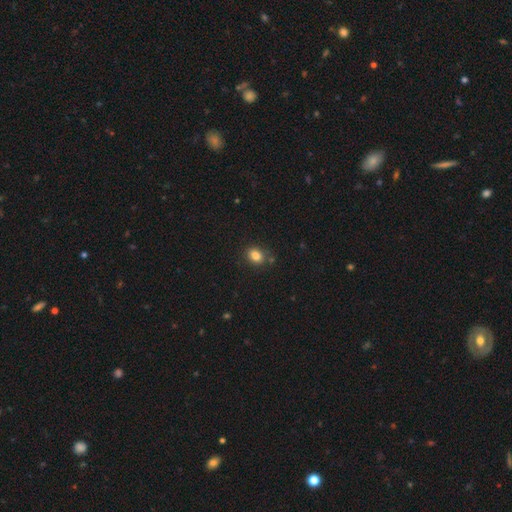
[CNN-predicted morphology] smooth_or_featured: smooth (p=0.83) [alt: star or artifact p=0.11]
how_rounded: in between (p=0.62) [alt: round p=0.37]
merging: none (p=0.79) [alt: minor disturbance p=0.13]